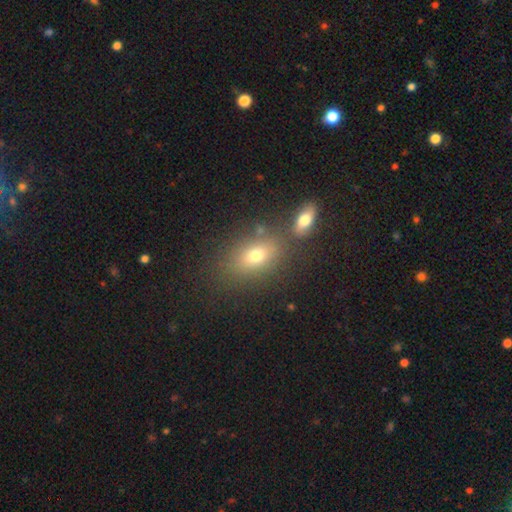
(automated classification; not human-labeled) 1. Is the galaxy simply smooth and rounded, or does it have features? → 72% smooth, 15% featured or disk, 13% star or artifact.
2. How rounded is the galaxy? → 77% in between, 20% round, 3% cigar-shaped.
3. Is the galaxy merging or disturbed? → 67% none, 16% merger, 12% minor disturbance, 5% major disturbance.